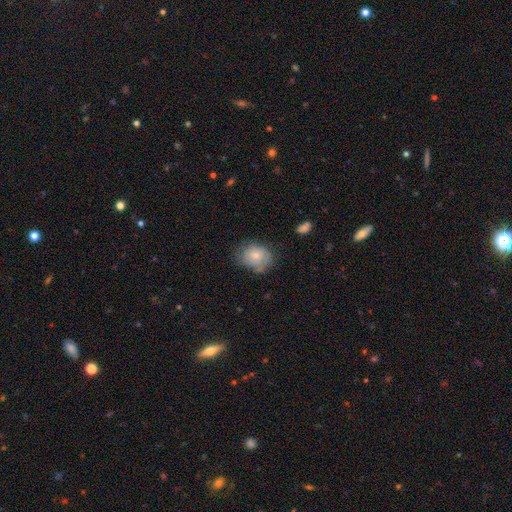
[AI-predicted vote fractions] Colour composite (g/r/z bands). It shows a smooth galaxy with no disk features (69%) that is round (56%). Merging: none (59%).